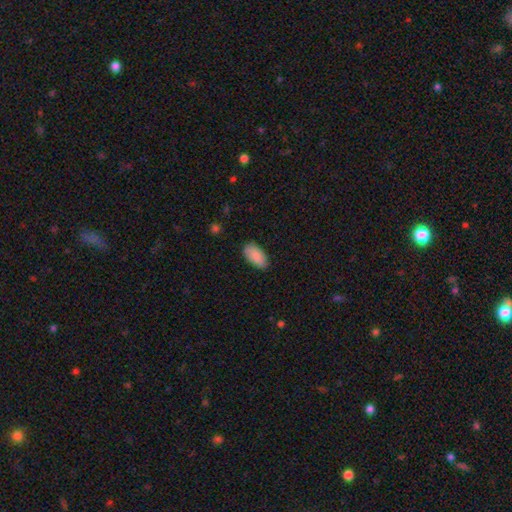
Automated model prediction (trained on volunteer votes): Smooth or featured: smooth — 88% (star or artifact — 6%)
How rounded: in between — 93% (cigar-shaped — 5%)
Merging: none — 83% (minor disturbance — 14%)